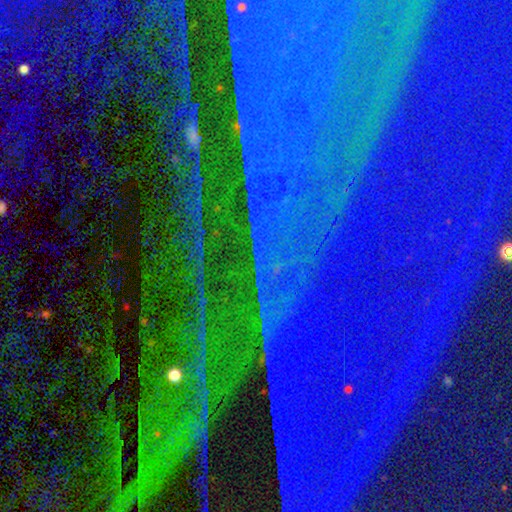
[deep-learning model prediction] This is clearly a star or artifact rather than a galaxy (89%).